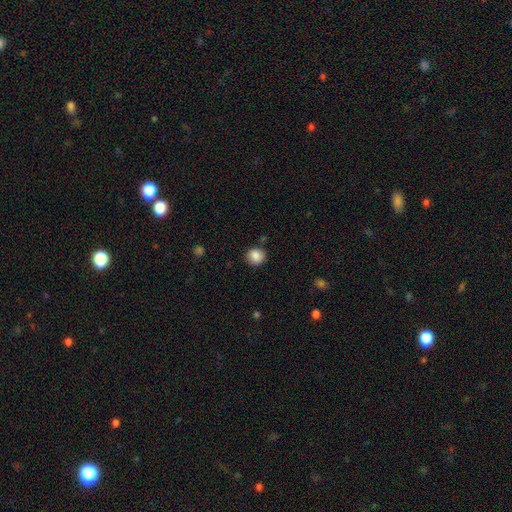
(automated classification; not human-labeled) Morphology: type=smooth (87%); roundness=round (90%); merging=none (86%).